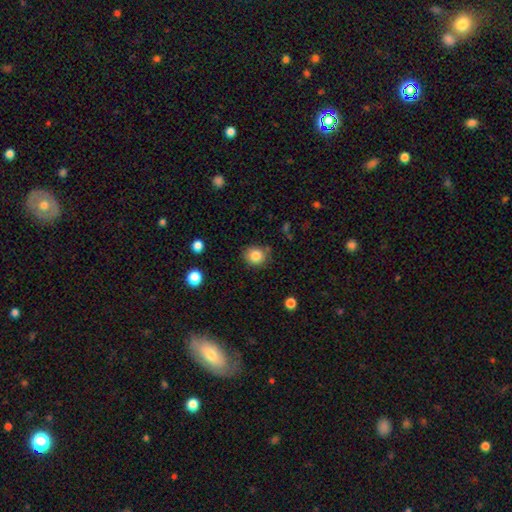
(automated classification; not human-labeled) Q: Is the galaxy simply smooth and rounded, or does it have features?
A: smooth — 84%.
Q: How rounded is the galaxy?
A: round — 78%.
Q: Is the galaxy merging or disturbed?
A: none — 80%.